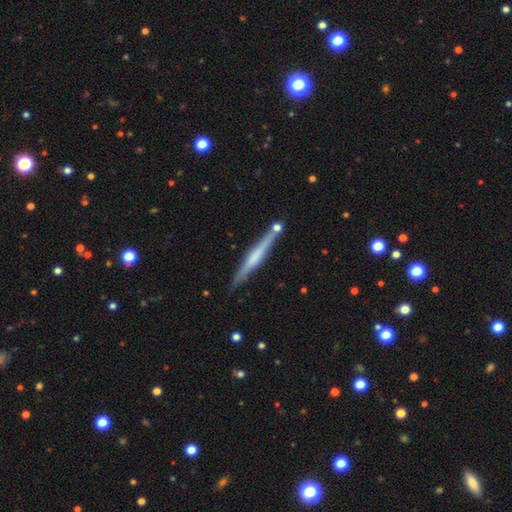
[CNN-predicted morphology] A featured or disk galaxy (61%) viewed edge-on (97%) with no central bulge (41%). Merging: none (82%).